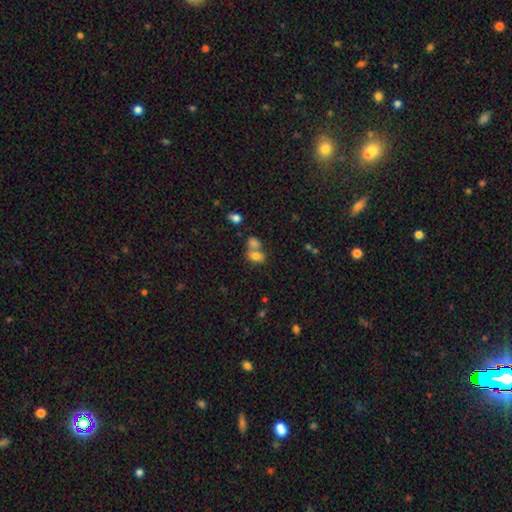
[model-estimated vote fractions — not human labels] The model was most divided on "merging": merger: 52%, none: 33%, minor disturbance: 10%, major disturbance: 5%. More confident: how rounded — in between (77%); smooth or featured — smooth (77%).